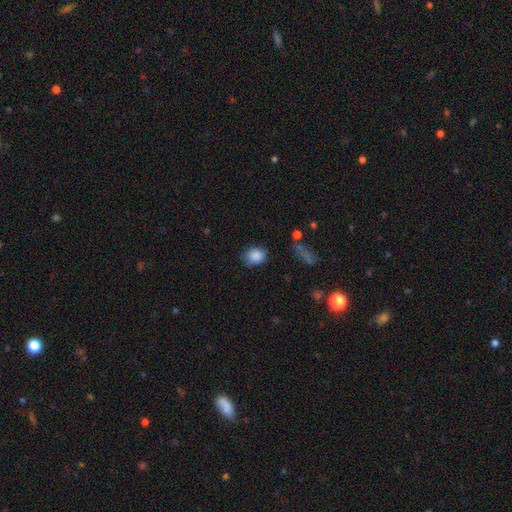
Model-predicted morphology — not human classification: The model was most divided on "how rounded": round: 56%, in between: 43%, cigar-shaped: 1%. More confident: smooth or featured — smooth (87%); merging — none (75%).